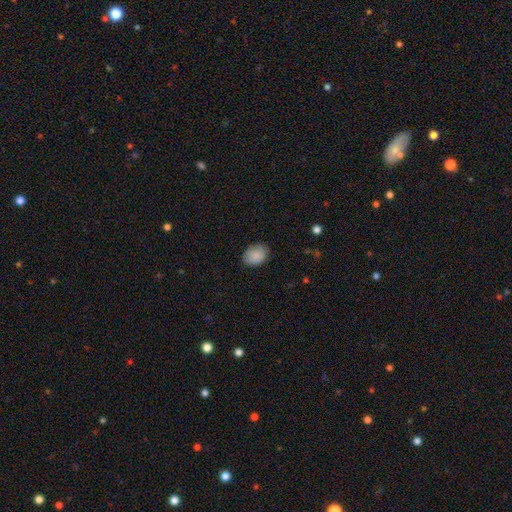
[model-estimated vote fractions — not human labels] This appears to be a smooth galaxy with no disk features (88%) that is in between round and cigar-shaped (71%). Merging: none (81%).